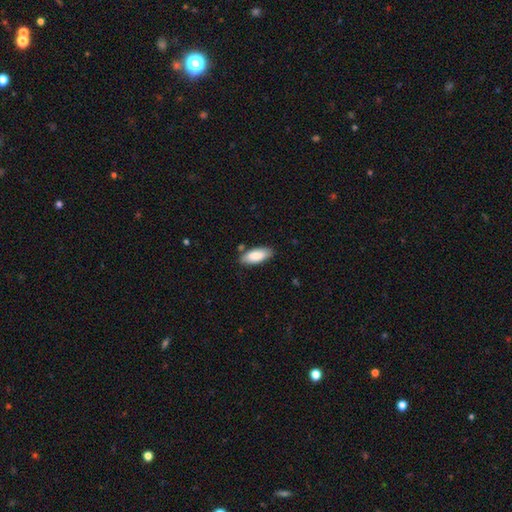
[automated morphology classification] smooth_or_featured: smooth (p=0.85) [alt: featured or disk p=0.09]
how_rounded: in between (p=0.83) [alt: cigar-shaped p=0.15]
merging: none (p=0.82) [alt: minor disturbance p=0.13]